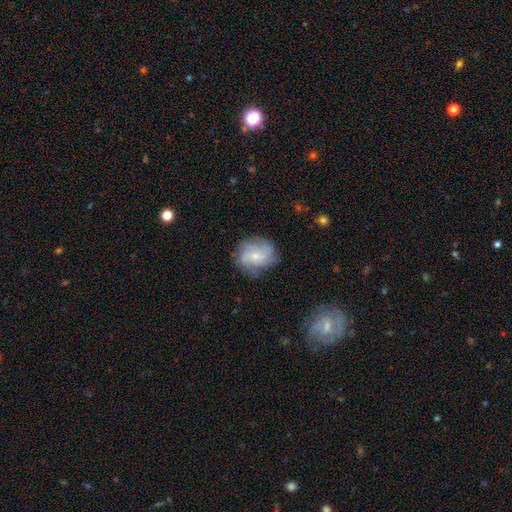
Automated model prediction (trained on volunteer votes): Morphology: type=featured or disk (66%); edge-on=no (98%); bar=no (63%); spiral arms=yes (90%); winding=medium (43%); arm count=can't tell (31%); bulge=small (62%); merging=none (74%).